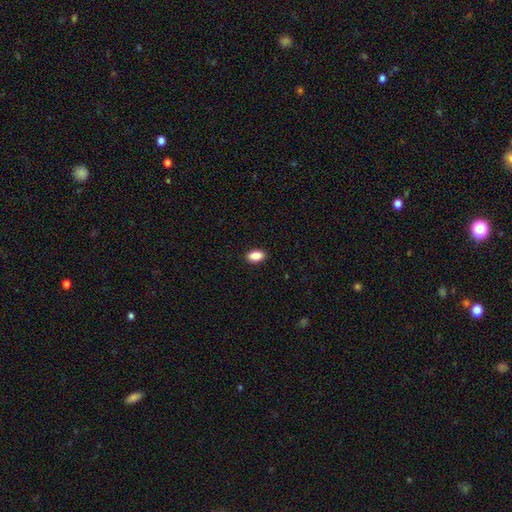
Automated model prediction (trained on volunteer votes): A smooth galaxy with no disk features (89%) that is in between round and cigar-shaped (92%). Merging: none (90%).